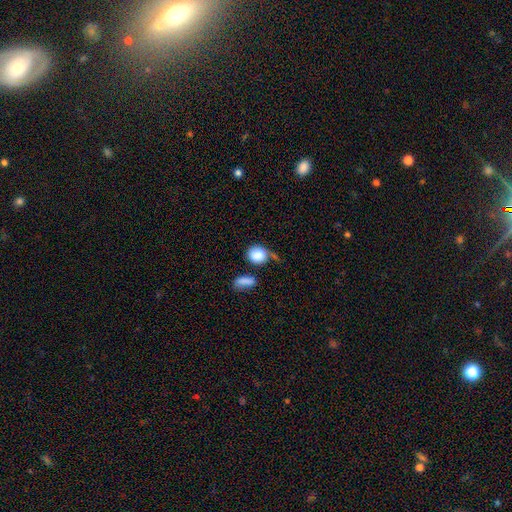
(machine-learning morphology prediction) Smooth or featured? smooth (86%)
How rounded? round (65%)
Merging? none (45%)